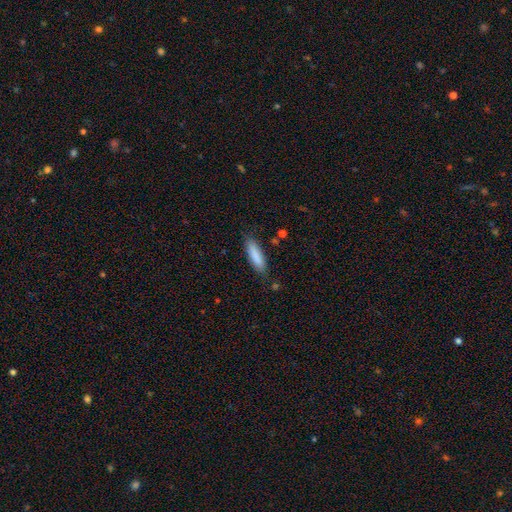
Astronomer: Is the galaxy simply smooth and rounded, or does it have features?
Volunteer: smooth — 97%.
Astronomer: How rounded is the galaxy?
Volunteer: cigar-shaped — 51% (runner-up: in between, 49%).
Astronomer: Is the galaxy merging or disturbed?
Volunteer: none — 84%.